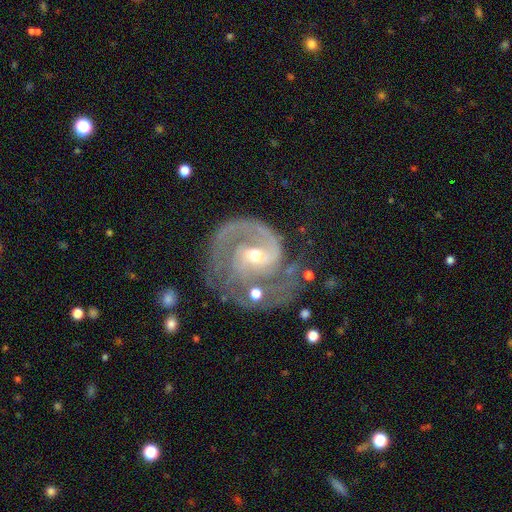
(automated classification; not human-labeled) Smooth or featured?
  - featured or disk: 90% *
  - star or artifact: 5%
  - smooth: 5%
Edge-on disk?
  - no: 98% *
  - yes: 2%
Bar?
  - weak: 46% *
  - no: 39%
  - strong: 15%
Spiral arms?
  - yes: 97% *
  - no: 3%
Spiral winding?
  - medium: 45% *
  - tight: 42%
  - loose: 13%
Spiral arm count?
  - 2: 57% *
  - 1: 16%
  - 3: 10%
  - can't tell: 10%
  - 4: 4%
  - more than 4: 3%
Bulge size?
  - moderate: 49% *
  - small: 46%
  - large: 3%
  - none: 1%
  - dominant: 1%
Merging?
  - none: 50% *
  - major disturbance: 22%
  - minor disturbance: 20%
  - merger: 9%